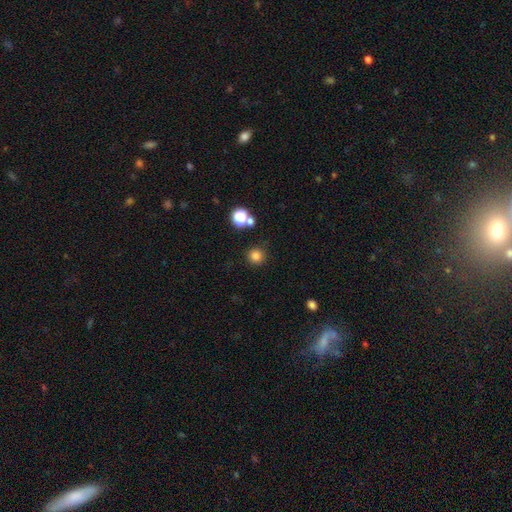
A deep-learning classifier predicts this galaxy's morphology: Smooth or featured? Predicted: smooth (p=0.80). How rounded? Predicted: round (p=0.95). Merging? Predicted: none (p=0.85).